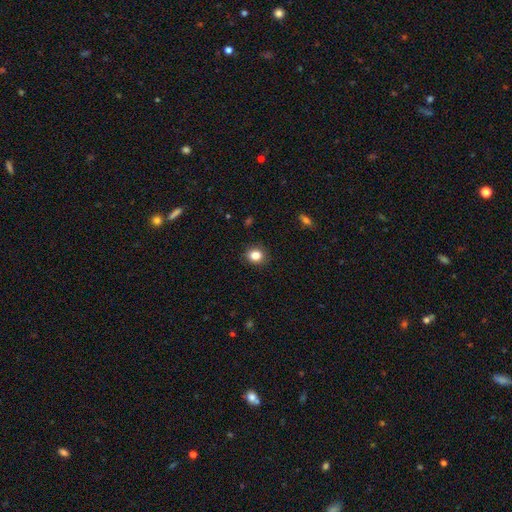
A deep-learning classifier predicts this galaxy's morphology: Q: Smooth or featured?
A: smooth (84%); runner-up: star or artifact (11%)
Q: How rounded?
A: round (69%); runner-up: in between (30%)
Q: Merging?
A: none (88%); runner-up: minor disturbance (9%)